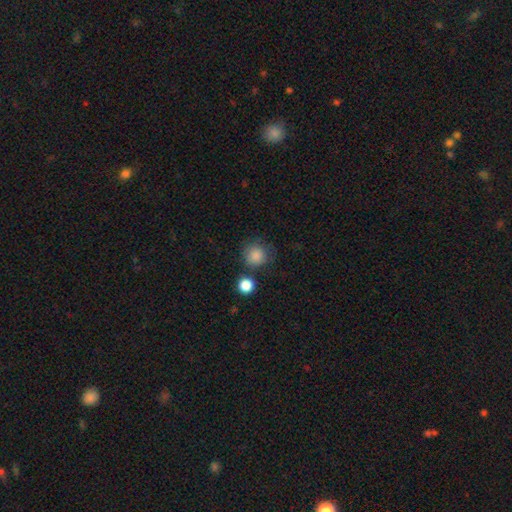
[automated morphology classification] Smooth or featured?
  - smooth: 86% *
  - star or artifact: 9%
  - featured or disk: 5%
How rounded?
  - round: 91% *
  - in between: 8%
  - cigar-shaped: 1%
Merging?
  - none: 72% *
  - minor disturbance: 14%
  - merger: 9%
  - major disturbance: 5%